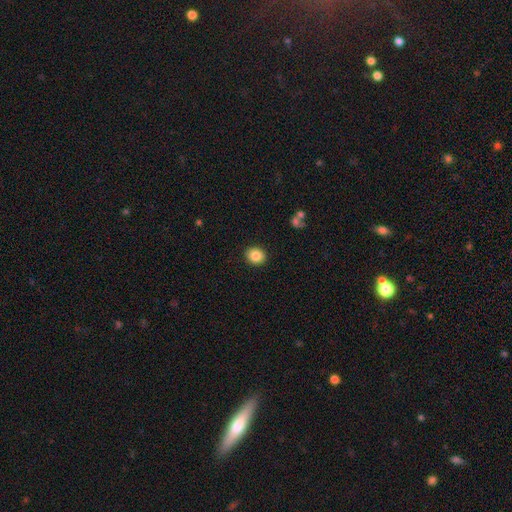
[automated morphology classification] Overall: smooth (86%). How rounded: round (73%). Merging: none (91%).